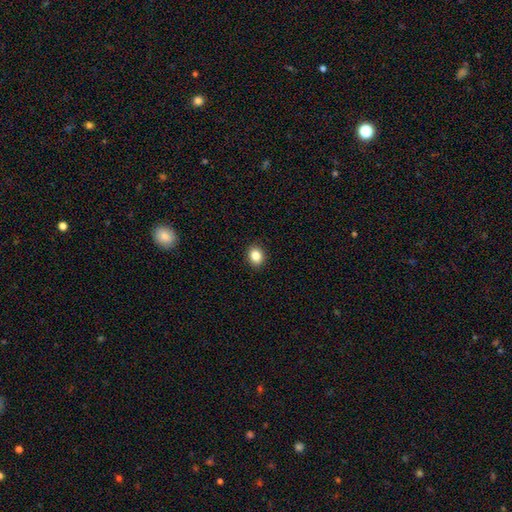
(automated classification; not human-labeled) A smooth galaxy with no disk features (84%) that is round (56%). Merging: none (91%).